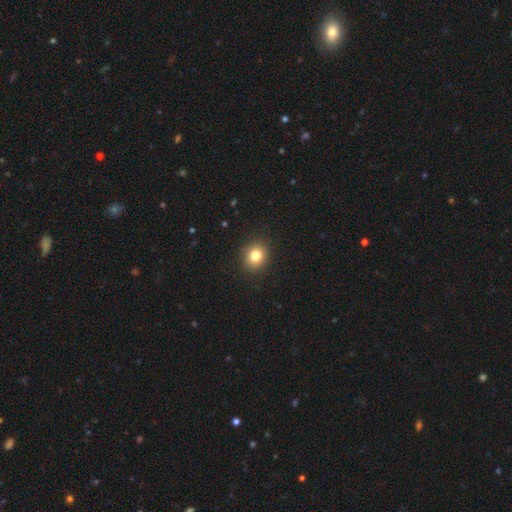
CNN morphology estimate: Smooth or featured? smooth (81%)
How rounded? round (75%)
Merging? none (90%)